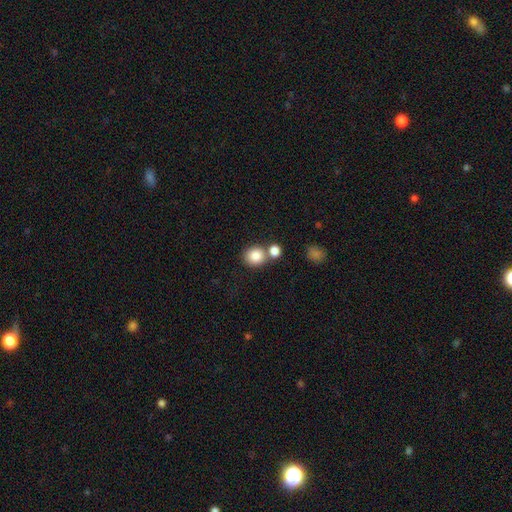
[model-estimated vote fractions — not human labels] Q: Smooth or featured?
A: smooth (85%); runner-up: star or artifact (9%)
Q: How rounded?
A: round (81%); runner-up: in between (18%)
Q: Merging?
A: none (59%); runner-up: merger (29%)